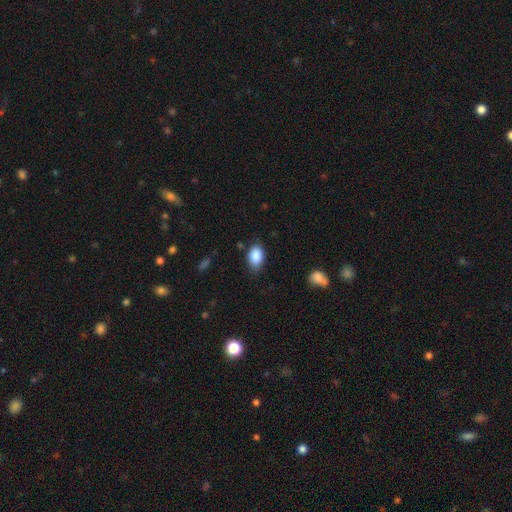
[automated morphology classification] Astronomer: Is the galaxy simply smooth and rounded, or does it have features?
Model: smooth — 88%.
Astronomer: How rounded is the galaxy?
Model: in between — 88%.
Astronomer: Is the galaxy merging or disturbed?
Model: none — 76%.